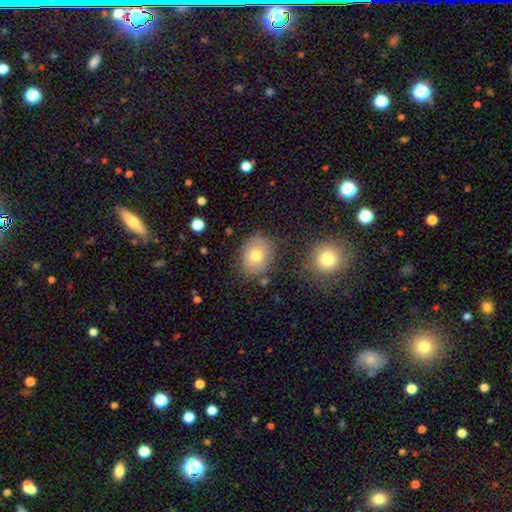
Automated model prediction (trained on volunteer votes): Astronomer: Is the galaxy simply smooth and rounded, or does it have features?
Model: smooth — 73%.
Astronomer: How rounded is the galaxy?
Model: round — 50% (runner-up: in between, 49%).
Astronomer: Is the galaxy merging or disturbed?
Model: none — 77%.